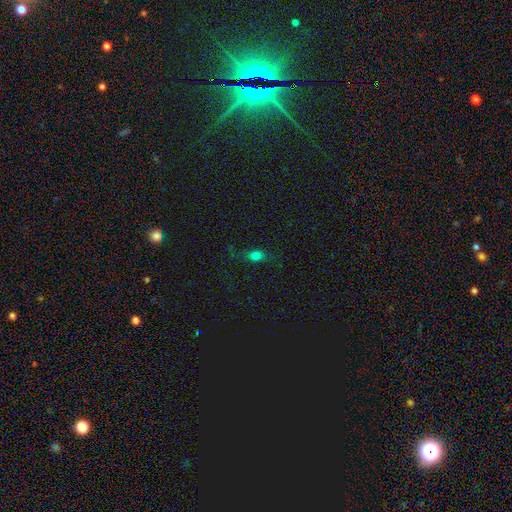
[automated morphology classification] This appears to be a smooth galaxy with no disk features (70%) that is in between round and cigar-shaped (57%). Merging: none (73%).